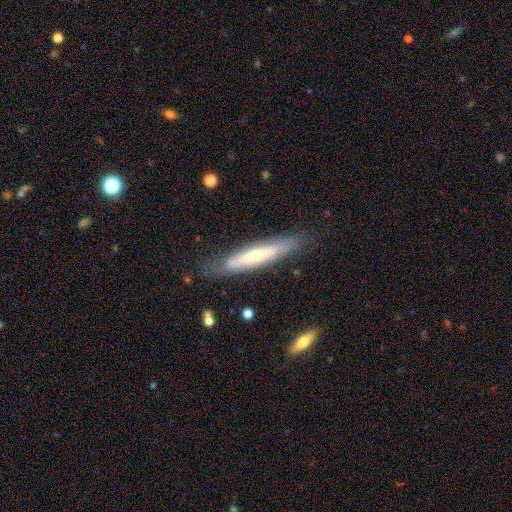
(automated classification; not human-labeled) Smooth or featured?
  - featured or disk: 50% *
  - smooth: 44%
  - star or artifact: 6%
Merging?
  - none: 78% *
  - minor disturbance: 16%
  - major disturbance: 4%
  - merger: 2%